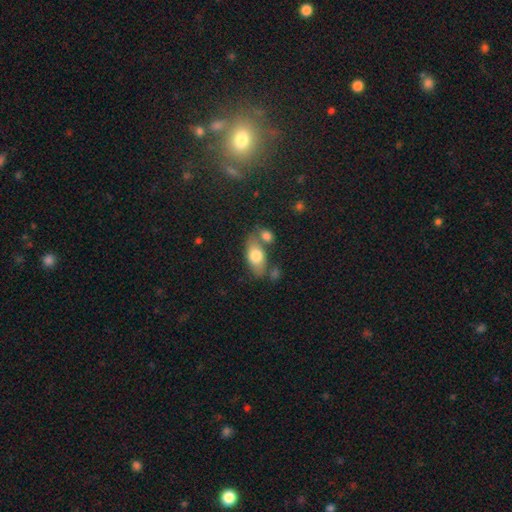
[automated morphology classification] Smooth or featured: smooth — 70% (featured or disk — 23%)
How rounded: in between — 85% (round — 8%)
Merging: none — 57% (merger — 21%)